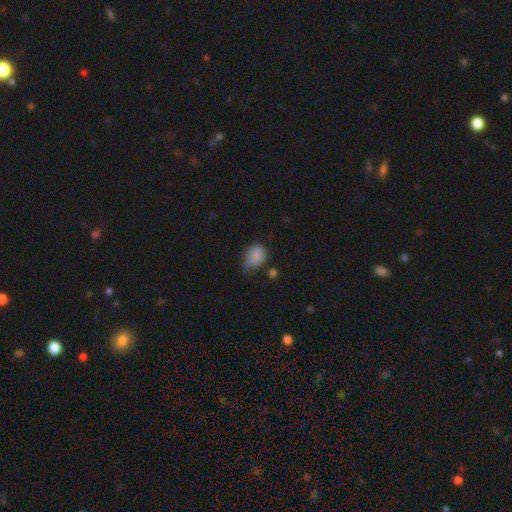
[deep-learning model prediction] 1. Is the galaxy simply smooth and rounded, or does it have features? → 84% smooth, 9% star or artifact, 7% featured or disk.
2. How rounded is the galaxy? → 60% in between, 39% round, 1% cigar-shaped.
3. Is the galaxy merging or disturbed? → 43% minor disturbance, 41% none, 13% major disturbance, 3% merger.